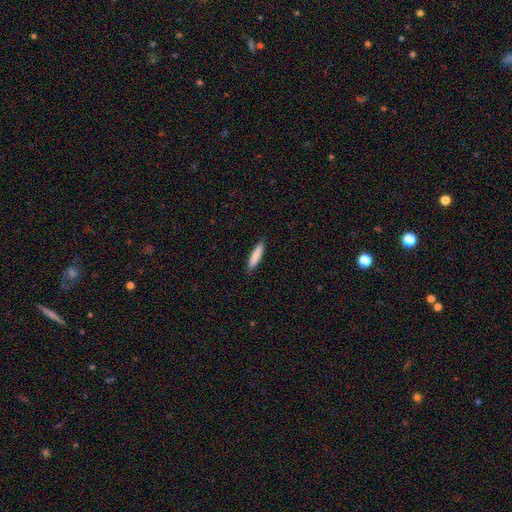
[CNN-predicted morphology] Smooth or featured: smooth — 85% (featured or disk — 9%)
How rounded: cigar-shaped — 80% (in between — 19%)
Merging: none — 89% (minor disturbance — 9%)